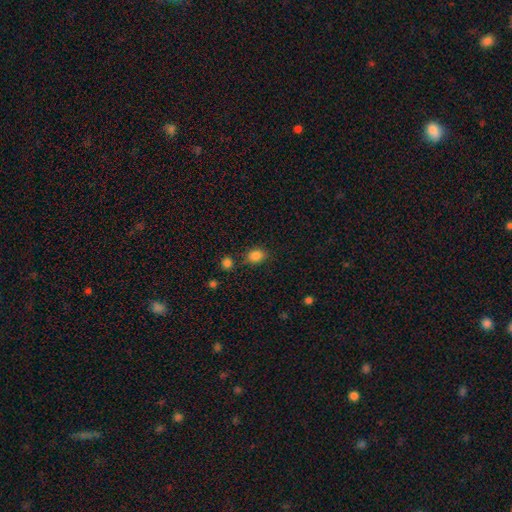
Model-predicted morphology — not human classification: This appears to be a smooth galaxy with no disk features (84%) that is in between round and cigar-shaped (57%). Merging: none (74%).